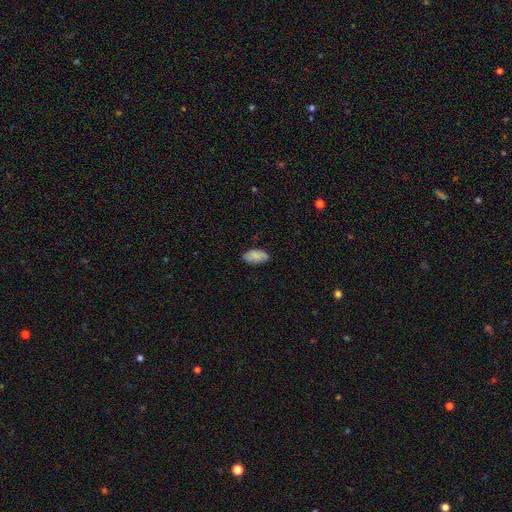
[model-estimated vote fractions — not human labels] Smooth or featured? Predicted: smooth (p=0.82). How rounded? Predicted: in between (p=0.94). Merging? Predicted: none (p=0.78).